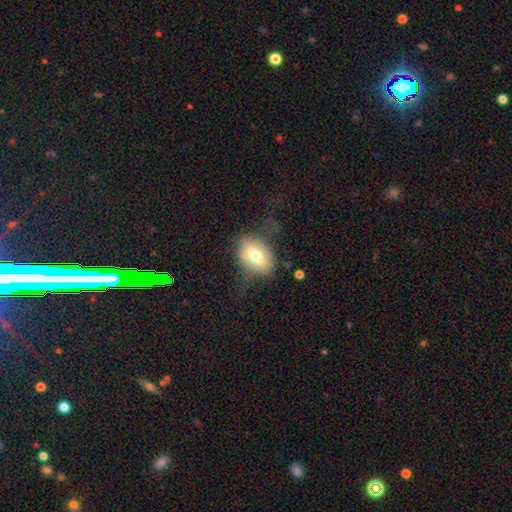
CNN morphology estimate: Smooth or featured? Predicted: smooth (p=0.57). How rounded? Predicted: in between (p=0.82). Merging? Predicted: none (p=0.52).